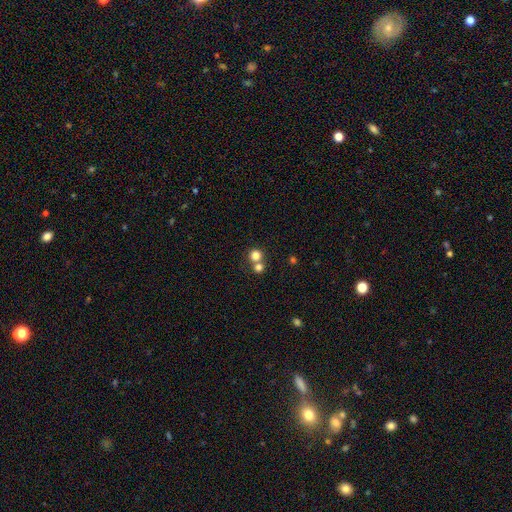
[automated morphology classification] Smooth or featured: smooth — 79% (star or artifact — 13%)
How rounded: round — 90% (in between — 9%)
Merging: none — 50% (merger — 42%)